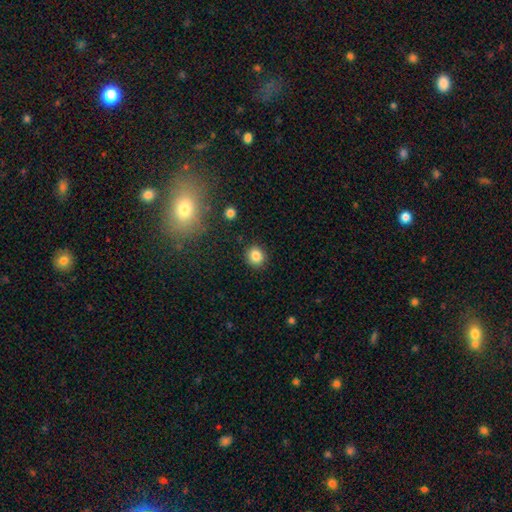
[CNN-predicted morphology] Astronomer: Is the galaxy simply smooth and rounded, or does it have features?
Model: smooth — 84%.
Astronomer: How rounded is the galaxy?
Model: round — 85%.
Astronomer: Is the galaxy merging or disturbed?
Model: none — 90%.